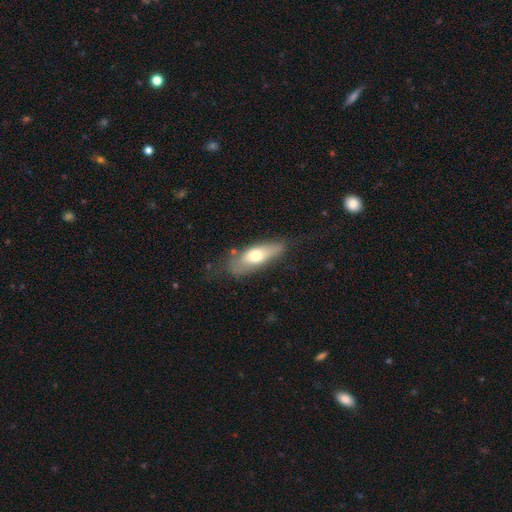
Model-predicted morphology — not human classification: smooth 62%, featured or disk 32%, star or artifact 6%. Down the decision tree: how rounded — in between (65%); merging — none (63%).